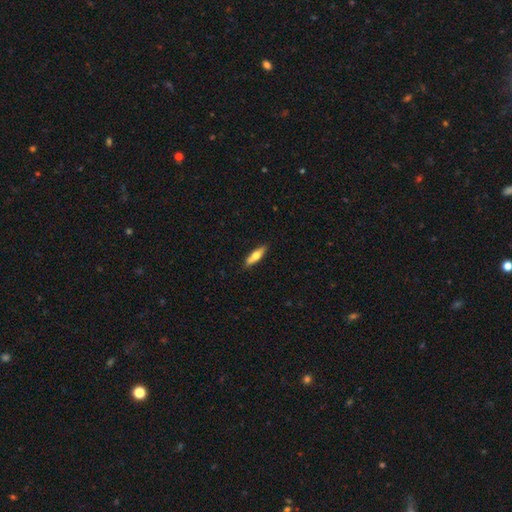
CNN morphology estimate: Smooth or featured?
  - smooth: 54% *
  - featured or disk: 40%
  - star or artifact: 6%
How rounded?
  - cigar-shaped: 65% *
  - in between: 33%
  - round: 2%
Merging?
  - none: 85% *
  - minor disturbance: 11%
  - merger: 2%
  - major disturbance: 2%